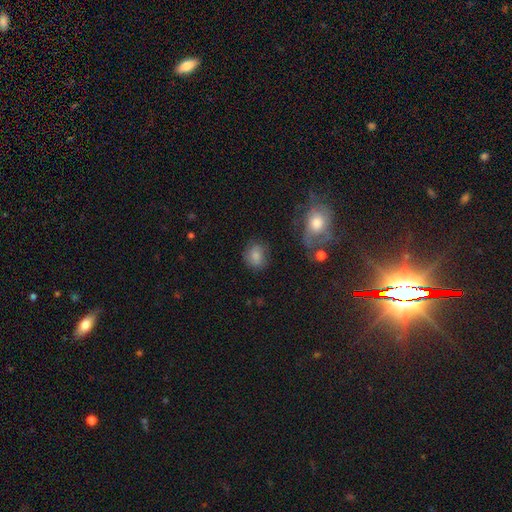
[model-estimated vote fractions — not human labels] smooth 75%, featured or disk 15%, star or artifact 10%. Down the decision tree: how rounded — round (66%); merging — none (71%).